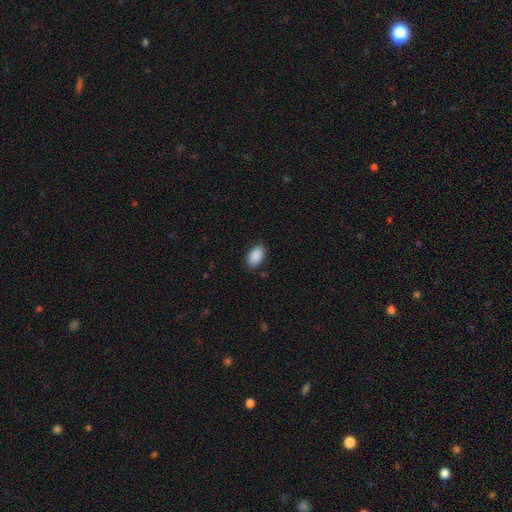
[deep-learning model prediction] The model was most divided on "merging": none: 86%, minor disturbance: 11%, major disturbance: 2%, merger: 1%. More confident: how rounded — in between (93%); smooth or featured — smooth (91%).